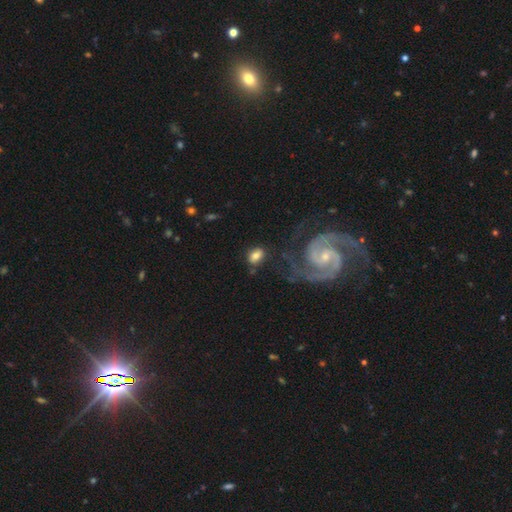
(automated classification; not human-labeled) This is likely a smooth galaxy (63%). How rounded: likely in between (73%). Merging: likely none (64%).